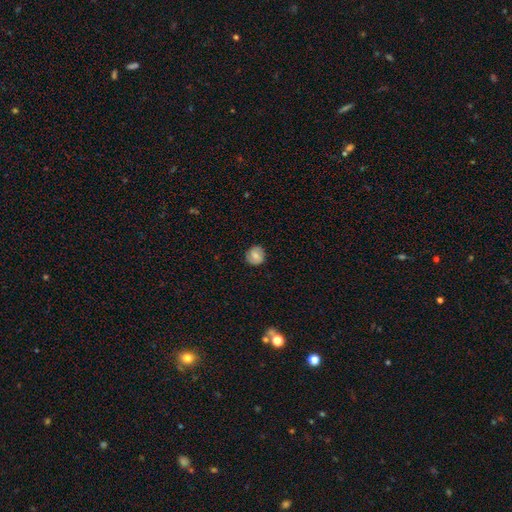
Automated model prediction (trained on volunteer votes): Q: Smooth or featured?
A: smooth (64%); runner-up: featured or disk (28%)
Q: How rounded?
A: round (86%); runner-up: in between (13%)
Q: Merging?
A: none (84%); runner-up: minor disturbance (12%)